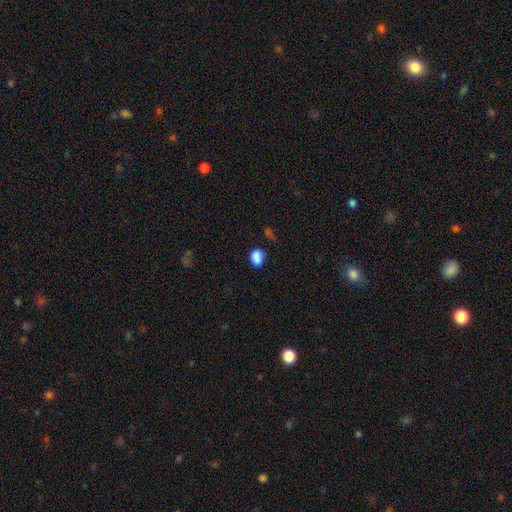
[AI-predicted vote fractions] smooth_or_featured: smooth (p=0.83) [alt: star or artifact p=0.10]
how_rounded: in between (p=0.65) [alt: round p=0.33]
merging: none (p=0.57) [alt: minor disturbance p=0.28]